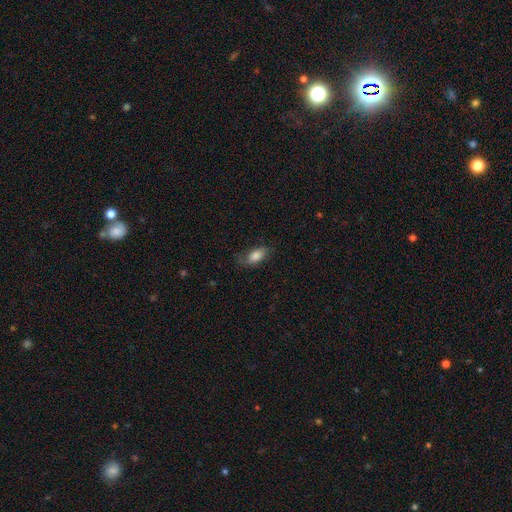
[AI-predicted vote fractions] This appears to be a smooth galaxy with no disk features (75%) that is in between round and cigar-shaped (87%). Merging: none (64%).